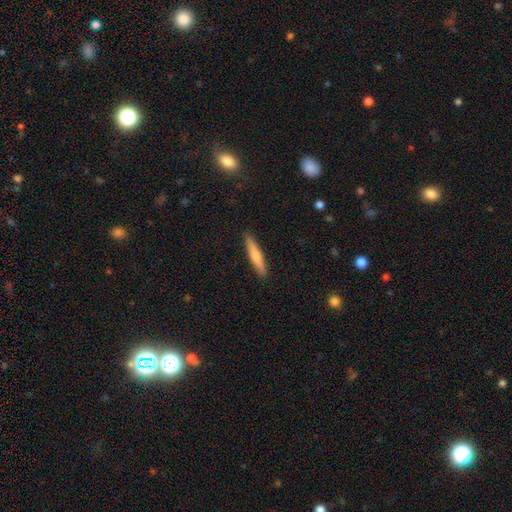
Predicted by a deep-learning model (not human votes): A smooth galaxy with no disk features (68%) that is cigar-shaped (89%). Merging: none (90%).